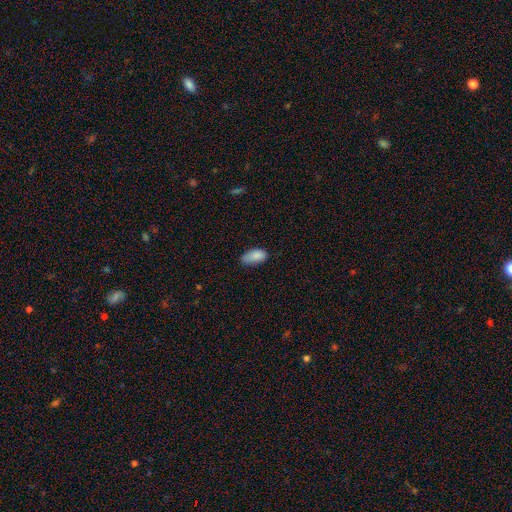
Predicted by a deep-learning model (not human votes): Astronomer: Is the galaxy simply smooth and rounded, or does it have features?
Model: smooth — 87%.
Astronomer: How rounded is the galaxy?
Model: in between — 93%.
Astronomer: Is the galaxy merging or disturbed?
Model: none — 59%.